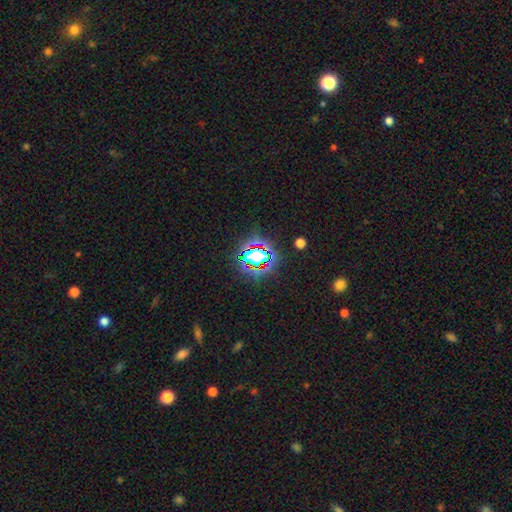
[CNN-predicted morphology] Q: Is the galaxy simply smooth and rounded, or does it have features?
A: star or artifact — 63%.